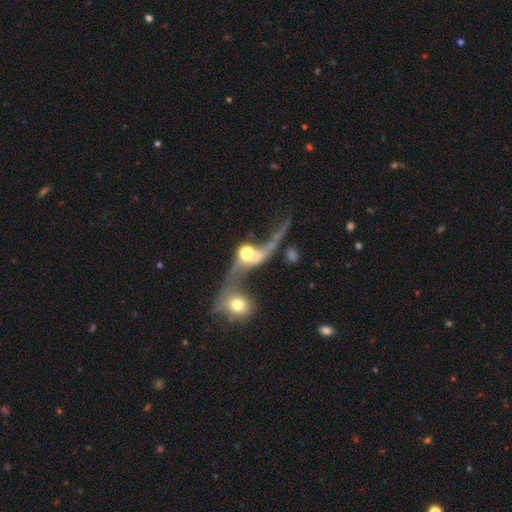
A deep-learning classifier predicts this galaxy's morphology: type=featured or disk (59%); edge-on=no (86%); bar=no (69%); spiral arms=yes (67%); bulge=moderate (36%); merging=merger (52%).